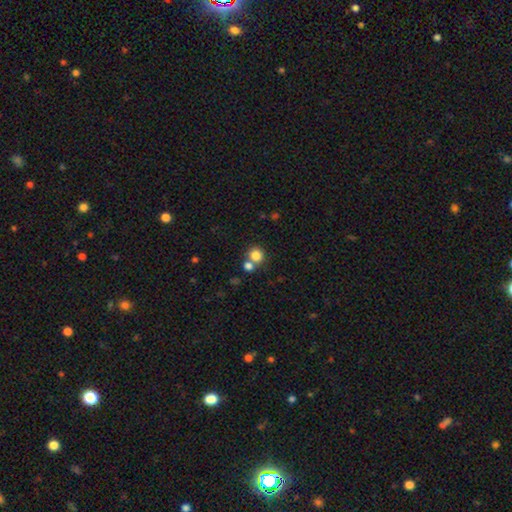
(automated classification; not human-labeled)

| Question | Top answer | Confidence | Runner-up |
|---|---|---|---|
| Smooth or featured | smooth | 81% | star or artifact (12%) |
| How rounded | round | 84% | in between (16%) |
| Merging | none | 56% | merger (33%) |